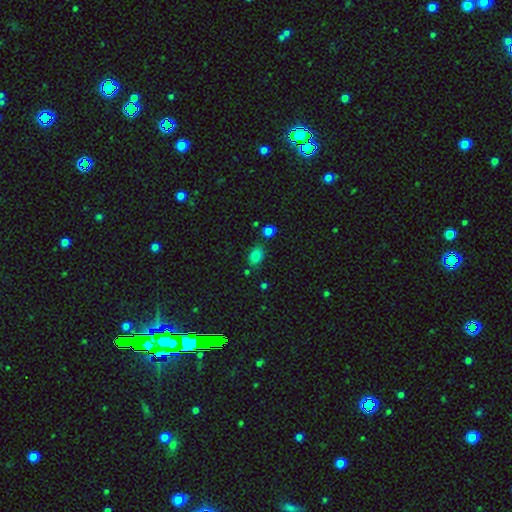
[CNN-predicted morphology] Q: Smooth or featured?
A: smooth (81%); runner-up: star or artifact (12%)
Q: How rounded?
A: in between (75%); runner-up: round (23%)
Q: Merging?
A: none (74%); runner-up: minor disturbance (15%)